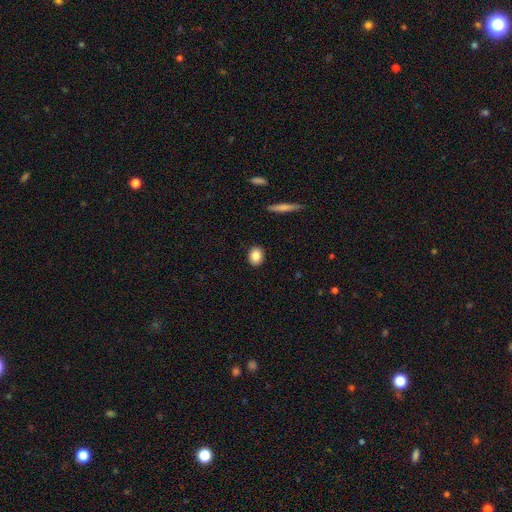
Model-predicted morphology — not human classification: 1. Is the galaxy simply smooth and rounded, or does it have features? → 85% smooth, 8% star or artifact, 7% featured or disk.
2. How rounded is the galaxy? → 51% round, 47% in between, 2% cigar-shaped.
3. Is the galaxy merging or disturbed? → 91% none, 6% minor disturbance, 2% major disturbance, 1% merger.